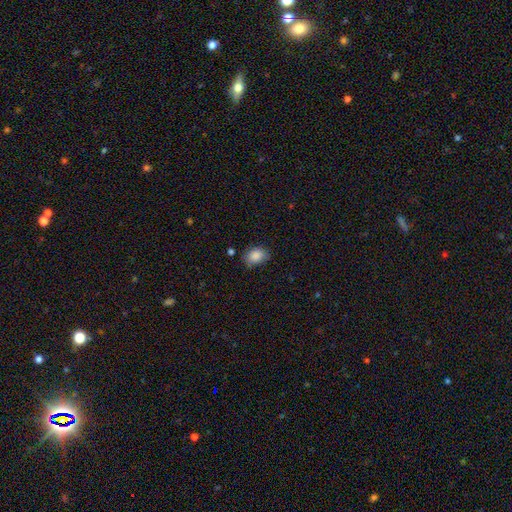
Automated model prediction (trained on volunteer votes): smooth_or_featured: smooth (p=0.87) [alt: star or artifact p=0.08]
how_rounded: in between (p=0.73) [alt: round p=0.26]
merging: none (p=0.71) [alt: minor disturbance p=0.22]